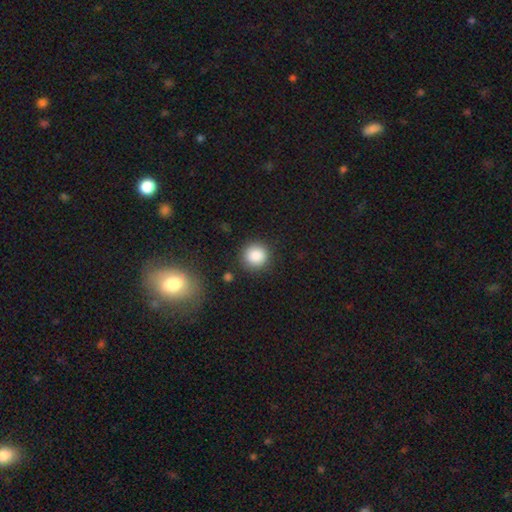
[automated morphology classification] smooth-or-featured: smooth: 87% | star or artifact: 9% | featured or disk: 4%
  how-rounded: round: 93% | in between: 6% | cigar-shaped: 1%
  merging: none: 87% | minor disturbance: 8% | major disturbance: 3% | merger: 2%